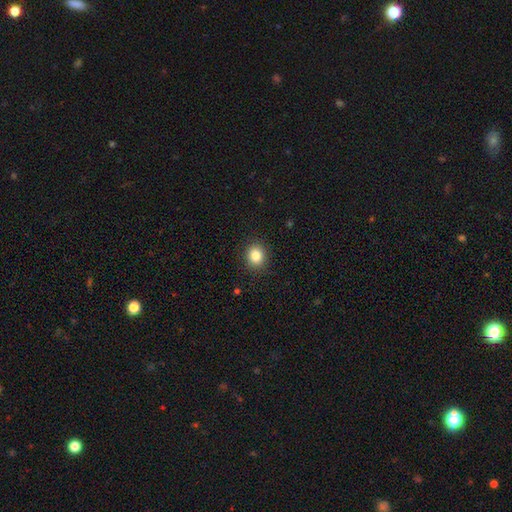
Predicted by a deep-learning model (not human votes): A smooth galaxy with no disk features (84%) that is round (71%).

Vote fractions:
- Smooth or featured? smooth: 84% / star or artifact: 11% / featured or disk: 6%
- How rounded? round: 71% / in between: 28% / cigar-shaped: 1%
- Merging? none: 90% / minor disturbance: 7% / major disturbance: 2% / merger: 1%